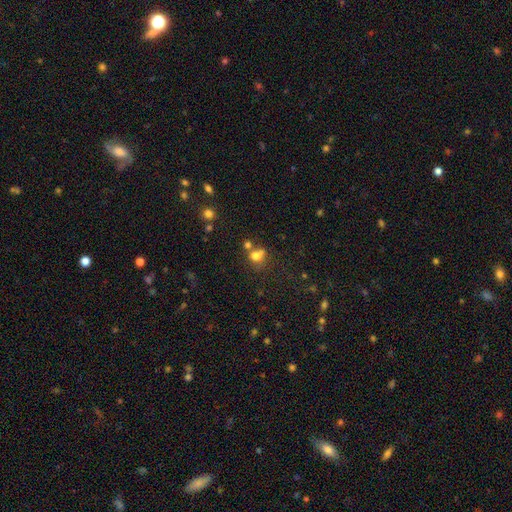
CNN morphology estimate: Smooth or featured? smooth (71%)
How rounded? round (79%)
Merging? none (44%)